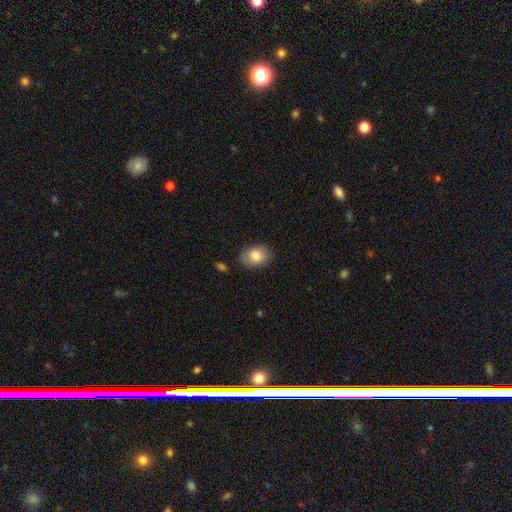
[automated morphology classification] Smooth or featured: smooth — 82% (featured or disk — 10%)
How rounded: in between — 75% (round — 24%)
Merging: none — 81% (minor disturbance — 14%)